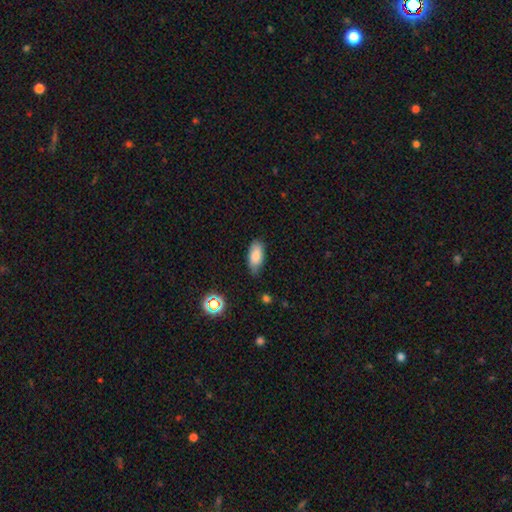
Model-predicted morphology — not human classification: smooth-or-featured: smooth: 83% | featured or disk: 9% | star or artifact: 8%
  how-rounded: in between: 89% | cigar-shaped: 8% | round: 3%
  merging: none: 72% | minor disturbance: 23% | major disturbance: 4% | merger: 2%